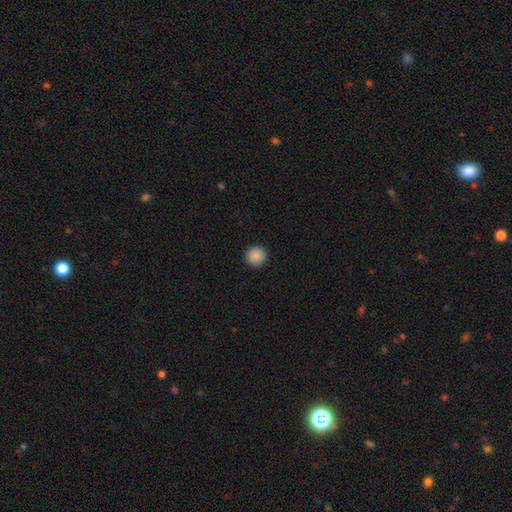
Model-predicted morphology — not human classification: smooth_or_featured: smooth (p=0.89) [alt: star or artifact p=0.08]
how_rounded: round (p=0.95) [alt: in between p=0.04]
merging: none (p=0.93) [alt: minor disturbance p=0.05]